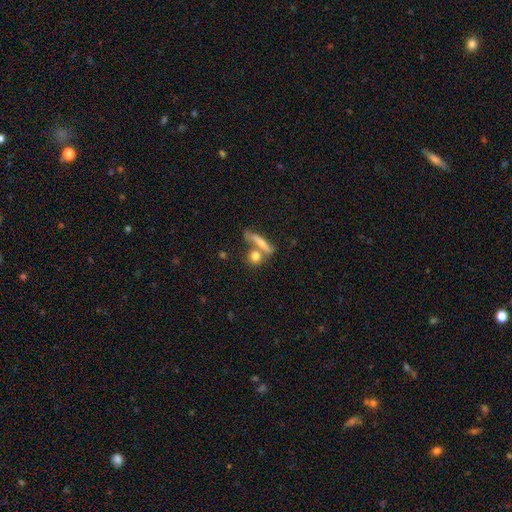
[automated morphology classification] smooth 72%, featured or disk 18%, star or artifact 10%. Down the decision tree: how rounded — round (53%); merging — none (51%).